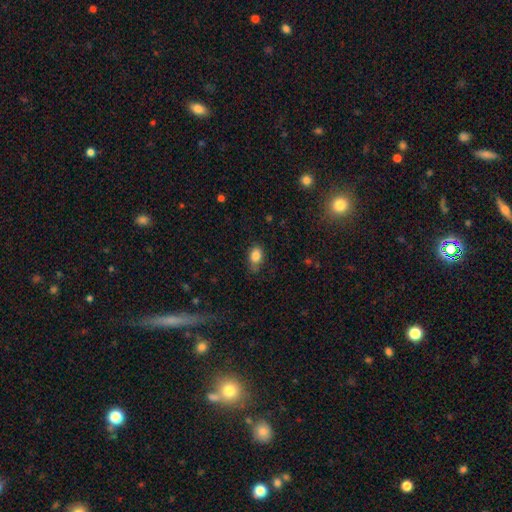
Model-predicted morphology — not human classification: type=smooth (85%); roundness=in between (82%); merging=none (66%).